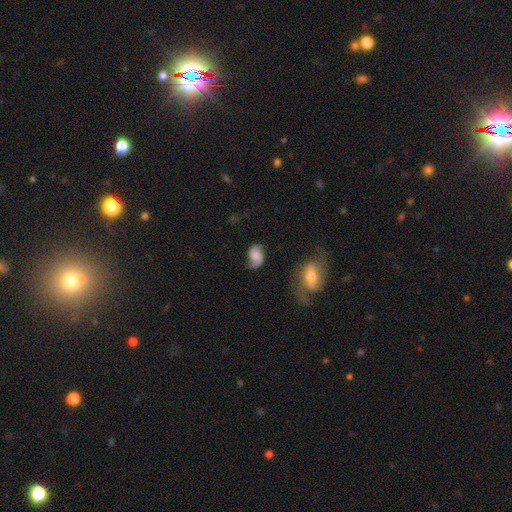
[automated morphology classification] type=featured or disk (50%); edge-on=no (97%); merging=none (53%).